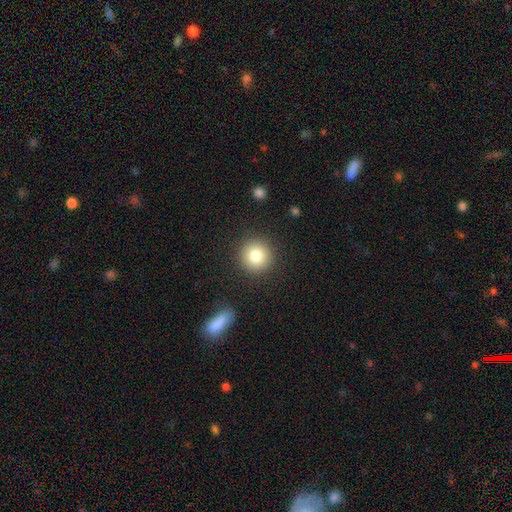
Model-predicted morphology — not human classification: Smooth or featured? Predicted: smooth (p=0.81). How rounded? Predicted: round (p=0.94). Merging? Predicted: none (p=0.90).